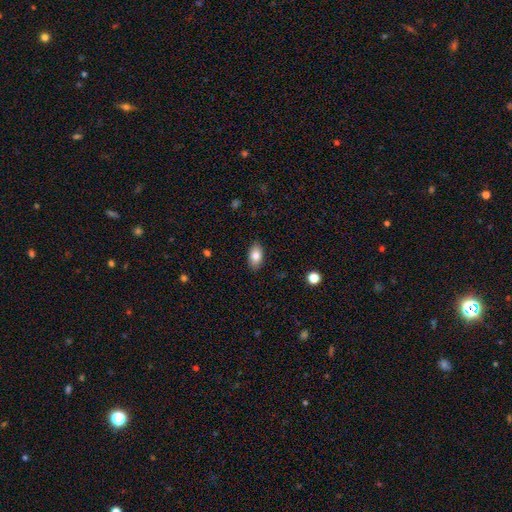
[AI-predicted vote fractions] A smooth galaxy with no disk features (83%) that is in between round and cigar-shaped (92%).

Vote fractions:
- Smooth or featured? smooth: 83% / featured or disk: 10% / star or artifact: 7%
- How rounded? in between: 92% / round: 6% / cigar-shaped: 2%
- Merging? none: 88% / minor disturbance: 9% / major disturbance: 2% / merger: 1%